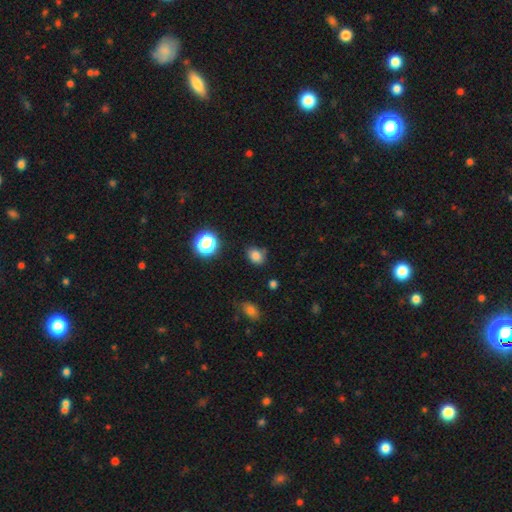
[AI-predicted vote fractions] smooth_or_featured: smooth (p=0.80) [alt: star or artifact p=0.14]
how_rounded: in between (p=0.58) [alt: round p=0.41]
merging: none (p=0.76) [alt: minor disturbance p=0.16]